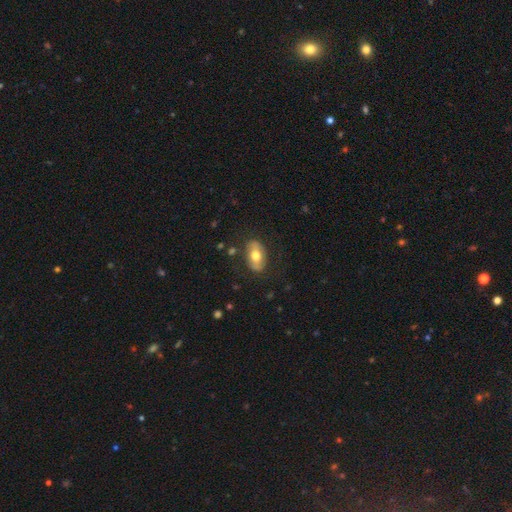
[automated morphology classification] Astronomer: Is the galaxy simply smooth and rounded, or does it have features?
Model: smooth — 53% (runner-up: featured or disk, 41%).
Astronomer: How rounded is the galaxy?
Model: in between — 88%.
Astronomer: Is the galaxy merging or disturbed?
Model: none — 78%.